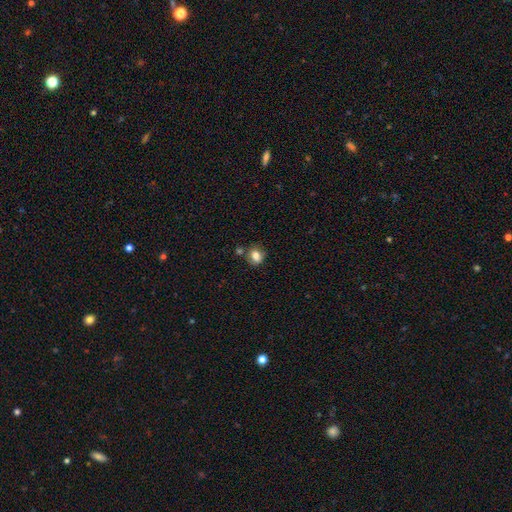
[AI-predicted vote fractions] Overall: smooth (80%). How rounded: round (68%; in between 31%). Merging: none (71%).